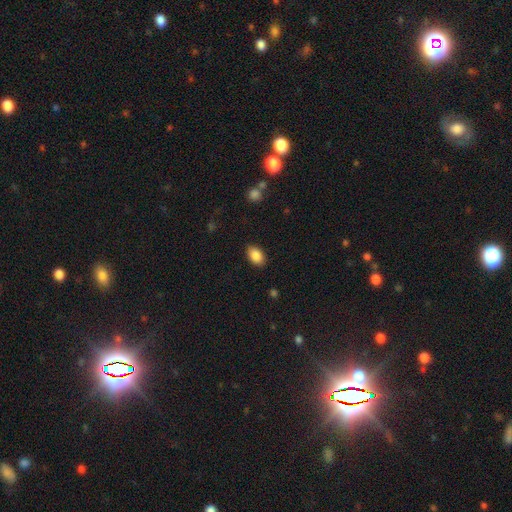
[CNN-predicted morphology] Overall: smooth (87%). How rounded: in between (90%). Merging: none (88%).